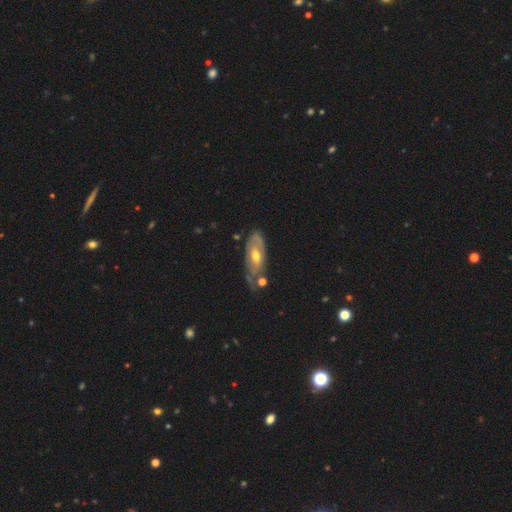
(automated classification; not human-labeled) Q: Smooth or featured?
A: featured or disk (67%); runner-up: smooth (28%)
Q: Edge-on disk?
A: no (84%); runner-up: yes (16%)
Q: Bar?
A: no (59%); runner-up: weak (32%)
Q: Spiral arms?
A: yes (62%); runner-up: no (38%)
Q: Bulge size?
A: moderate (70%); runner-up: small (22%)
Q: Merging?
A: none (50%); runner-up: minor disturbance (29%)